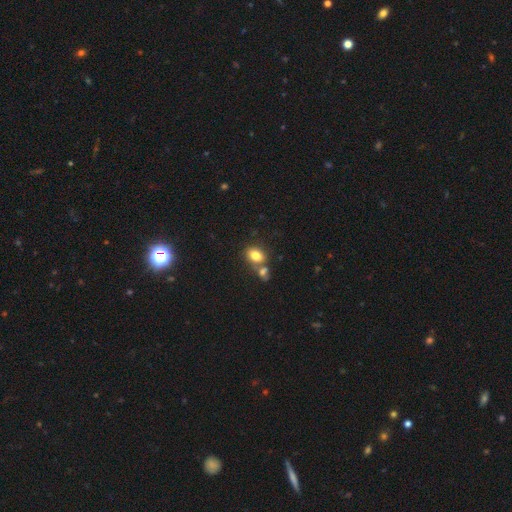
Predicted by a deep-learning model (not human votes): Smooth or featured? smooth (81%)
How rounded? in between (75%)
Merging? none (49%)